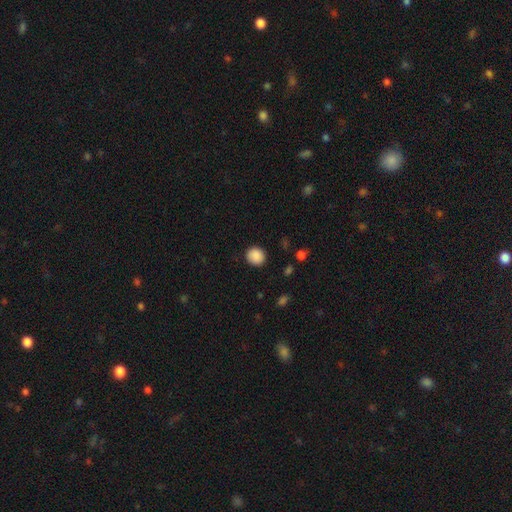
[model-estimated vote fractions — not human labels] Overall: smooth (89%). How rounded: round (81%). Merging: none (89%).